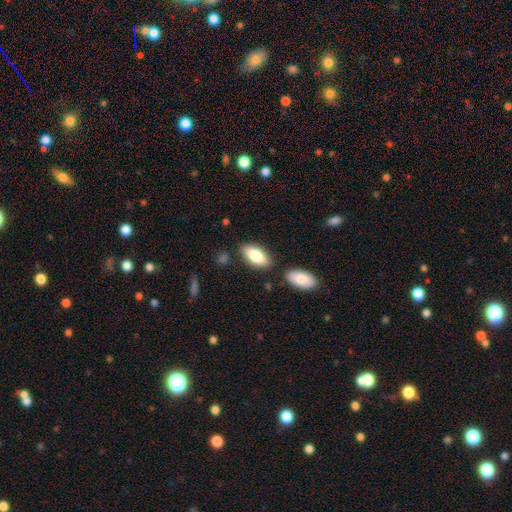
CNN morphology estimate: Overall: smooth (81%). How rounded: in between (89%). Merging: none (78%).